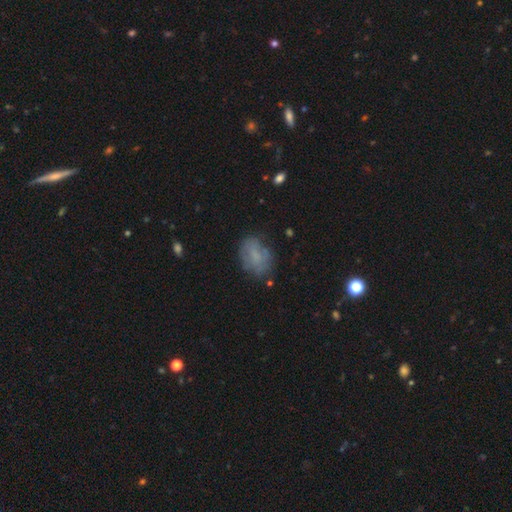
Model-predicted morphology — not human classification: Overall: smooth (61%; featured or disk 28%). How rounded: in between (77%). Merging: none (65%).